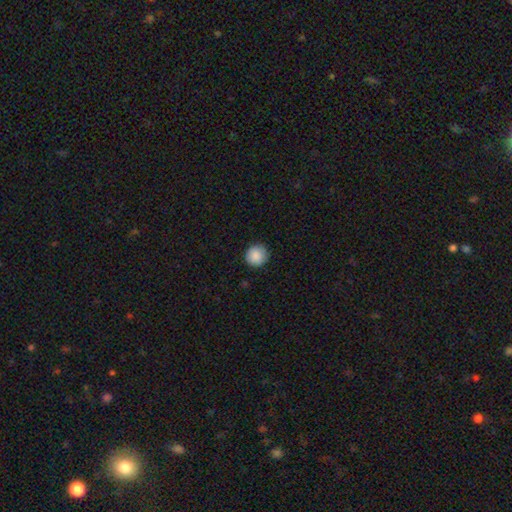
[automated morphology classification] Smooth or featured?
  - smooth: 89% *
  - star or artifact: 8%
  - featured or disk: 4%
How rounded?
  - round: 94% *
  - in between: 5%
  - cigar-shaped: 1%
Merging?
  - none: 90% *
  - minor disturbance: 7%
  - major disturbance: 2%
  - merger: 1%